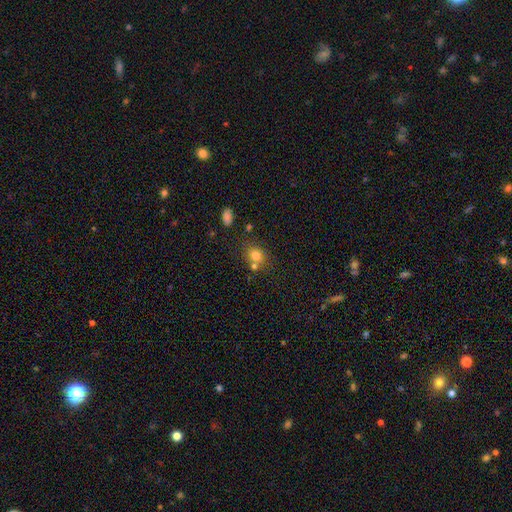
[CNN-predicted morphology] smooth 76%, star or artifact 13%, featured or disk 11%. Down the decision tree: how rounded — round (58%); merging — none (59%).